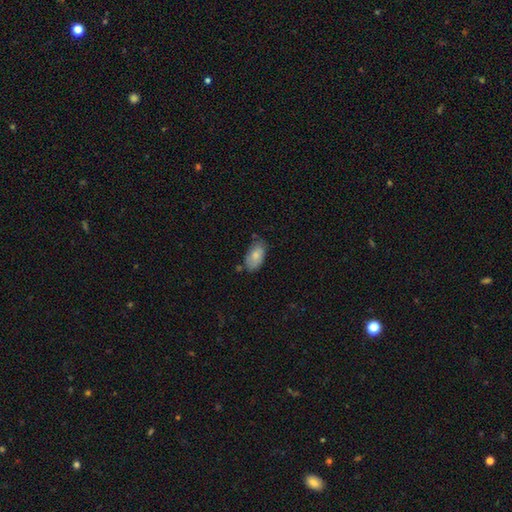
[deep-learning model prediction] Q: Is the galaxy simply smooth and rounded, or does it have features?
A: smooth — 80%.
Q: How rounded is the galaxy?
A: in between — 94%.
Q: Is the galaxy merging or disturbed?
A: none — 66%.